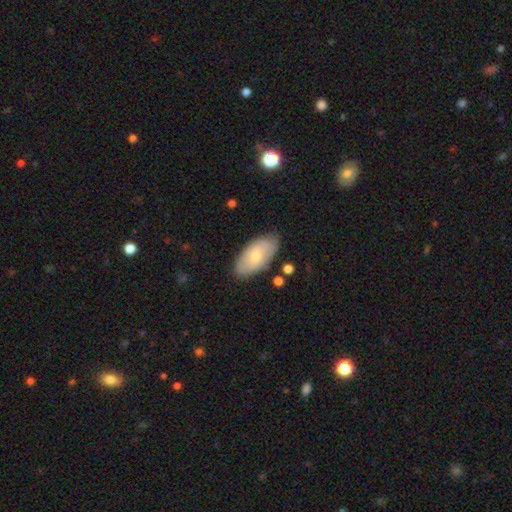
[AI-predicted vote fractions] This is possibly a smooth galaxy (58%). How rounded: clearly in between (93%). Merging: likely none (76%).